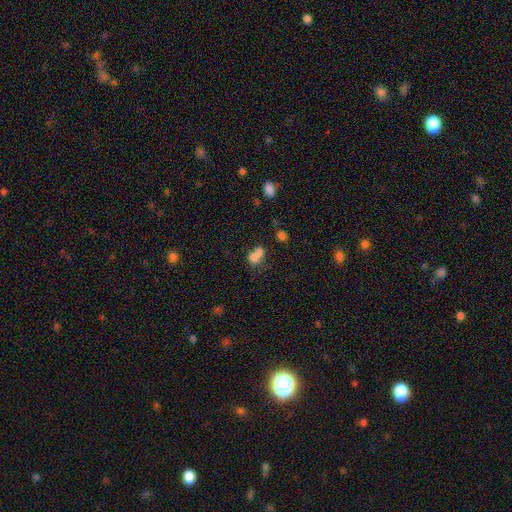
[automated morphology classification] smooth 74%, featured or disk 14%, star or artifact 12%. Down the decision tree: how rounded — round (60%); merging — merger (63%).